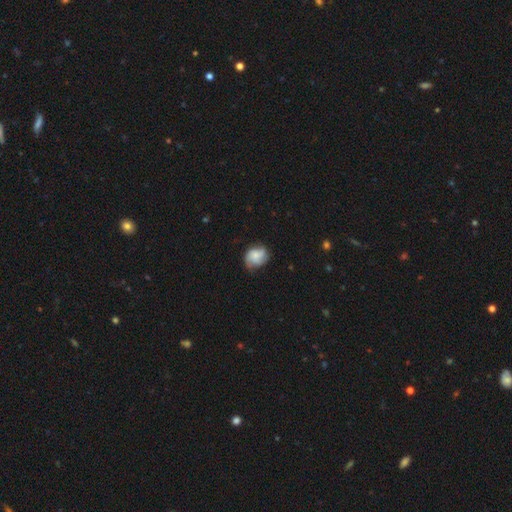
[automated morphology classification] A featured or disk galaxy (47%).

Vote fractions:
- Smooth or featured? featured or disk: 47% / smooth: 45% / star or artifact: 8%
- Merging? none: 64% / minor disturbance: 26% / major disturbance: 8% / merger: 1%